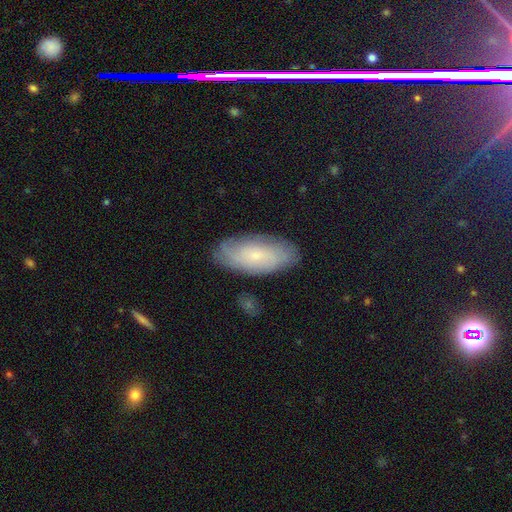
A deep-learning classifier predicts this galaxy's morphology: smooth 46% (tied), featured or disk 46% (tied), star or artifact 8%. Down the decision tree: merging — none (80%).